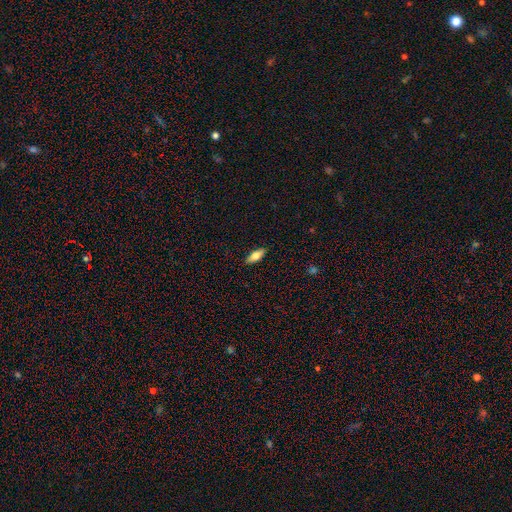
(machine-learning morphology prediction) Smooth or featured?
  - smooth: 66% *
  - featured or disk: 28%
  - star or artifact: 6%
How rounded?
  - in between: 71% *
  - cigar-shaped: 26%
  - round: 3%
Merging?
  - none: 89% *
  - minor disturbance: 8%
  - major disturbance: 2%
  - merger: 1%